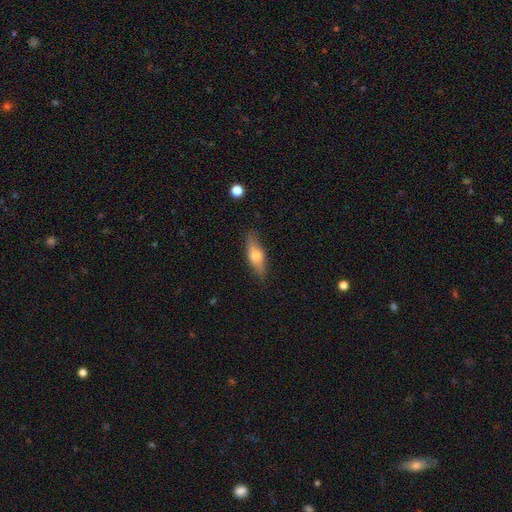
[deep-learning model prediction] Smooth or featured? smooth (54%)
How rounded? in between (54%)
Merging? none (80%)